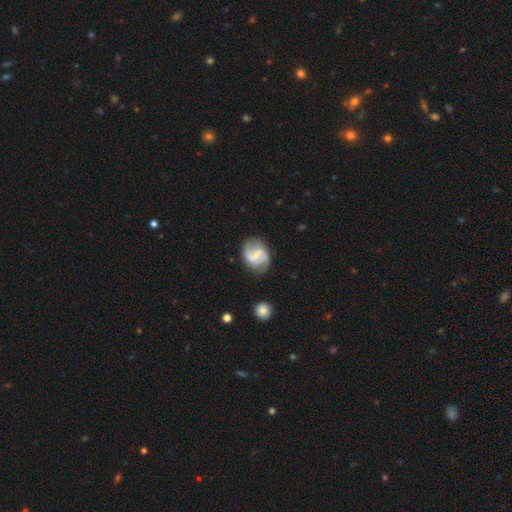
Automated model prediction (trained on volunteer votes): Morphology: type=featured or disk (75%); edge-on=no (98%); bar=weak (50%); spiral arms=yes (89%); winding=loose (43%); arm count=2 (85%); bulge=small (52%); merging=none (70%).